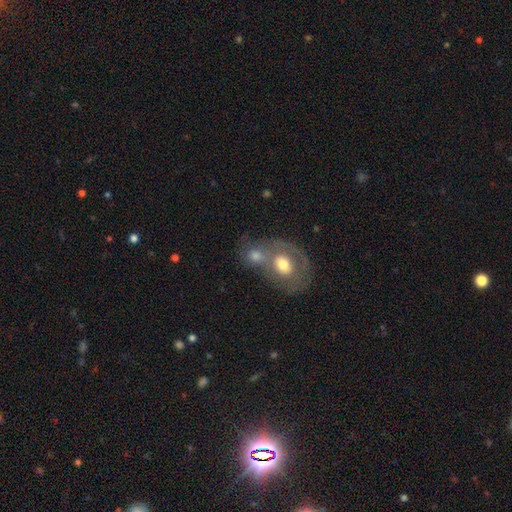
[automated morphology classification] The model was most divided on "how rounded": round: 57%, in between: 41%, cigar-shaped: 2%. More confident: merging — merger (61%); smooth or featured — smooth (59%).